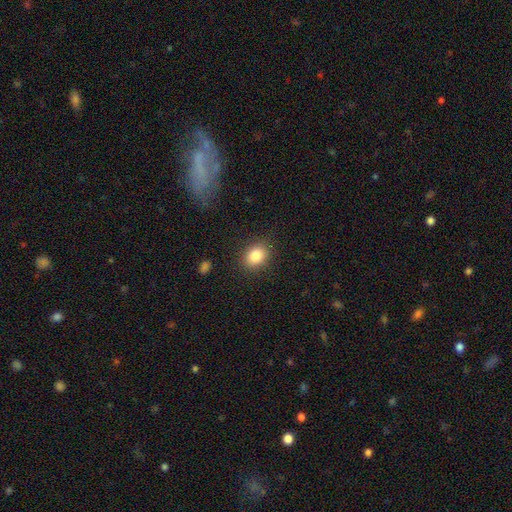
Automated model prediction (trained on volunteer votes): Q: Smooth or featured?
A: smooth (85%); runner-up: star or artifact (9%)
Q: How rounded?
A: in between (60%); runner-up: round (39%)
Q: Merging?
A: none (86%); runner-up: minor disturbance (10%)